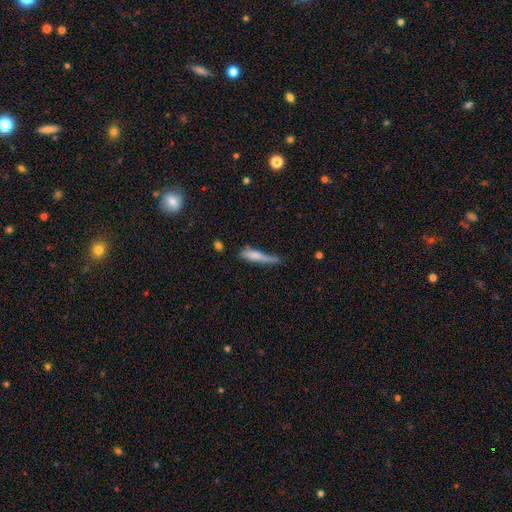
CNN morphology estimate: Smooth or featured? Predicted: smooth (p=0.70). How rounded? Predicted: cigar-shaped (p=0.80). Merging? Predicted: minor disturbance (p=0.36).